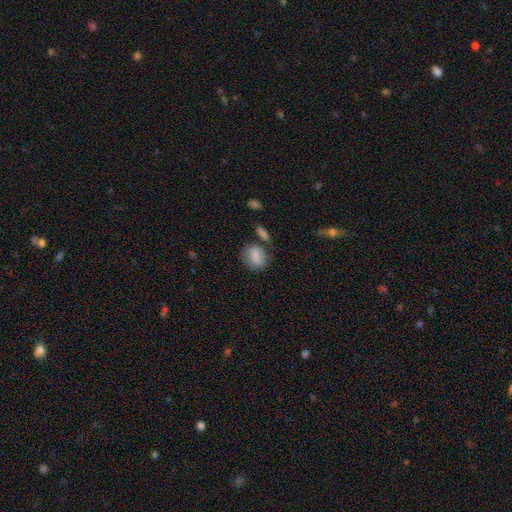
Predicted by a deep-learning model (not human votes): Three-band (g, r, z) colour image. It shows a smooth galaxy with no disk features (80%) that is in between round and cigar-shaped (51%). Merging: none (67%).